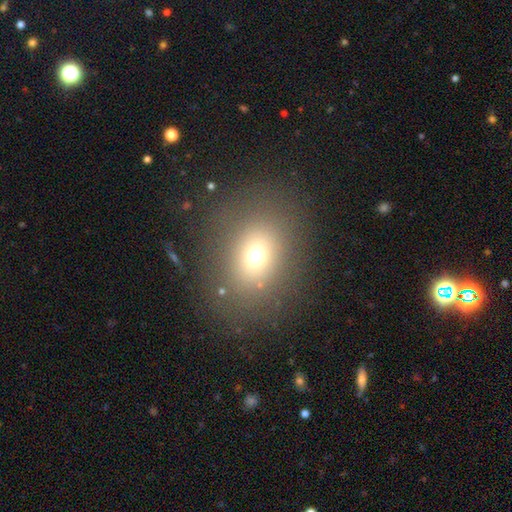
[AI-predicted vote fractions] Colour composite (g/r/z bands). It shows a smooth galaxy with no disk features (68%) that is round (53%). Merging: none (82%).